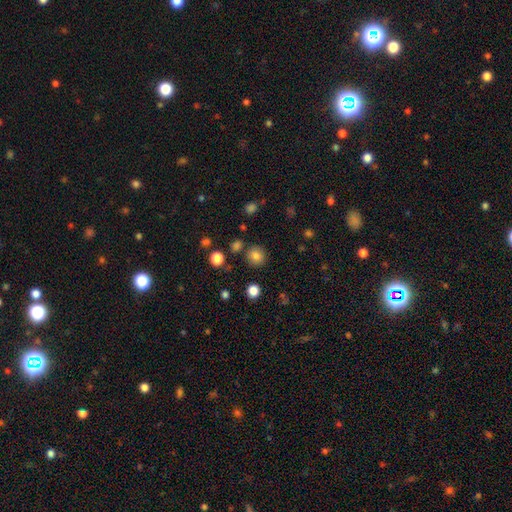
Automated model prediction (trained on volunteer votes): This is clearly a smooth galaxy (83%). How rounded: clearly round (90%). Merging: clearly none (87%).